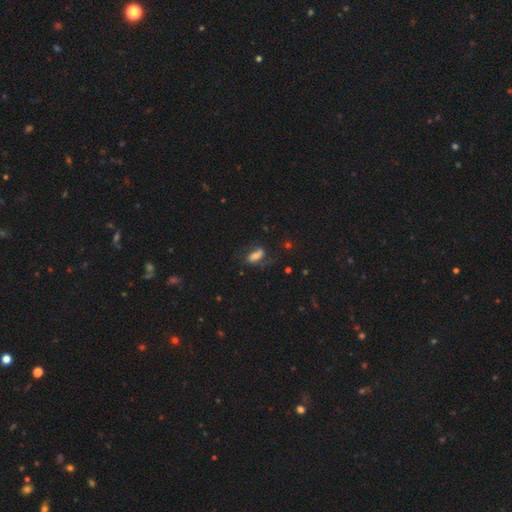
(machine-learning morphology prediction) smooth_or_featured: smooth (p=0.48) [alt: featured or disk p=0.41]
merging: none (p=0.50) [alt: major disturbance p=0.23]